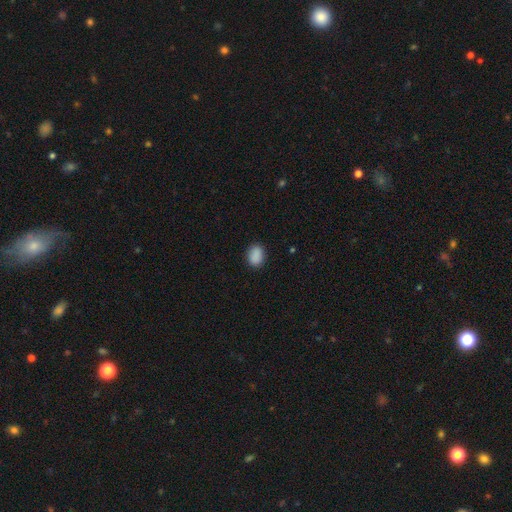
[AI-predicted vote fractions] Q: Smooth or featured?
A: smooth (89%); runner-up: star or artifact (8%)
Q: How rounded?
A: in between (73%); runner-up: round (25%)
Q: Merging?
A: none (87%); runner-up: minor disturbance (9%)